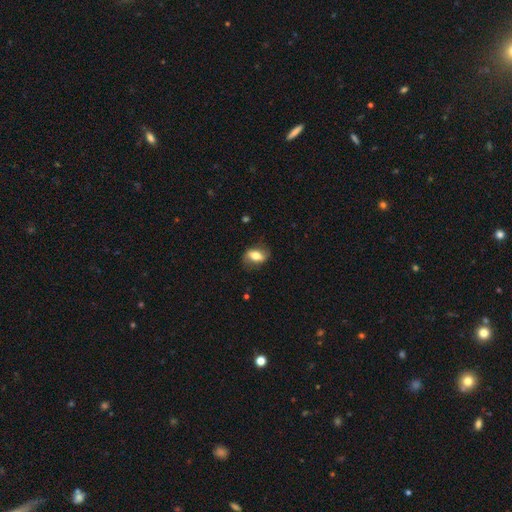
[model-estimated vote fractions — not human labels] Smooth or featured?
  - smooth: 60% *
  - featured or disk: 33%
  - star or artifact: 7%
How rounded?
  - in between: 82% *
  - round: 13%
  - cigar-shaped: 5%
Merging?
  - none: 73% *
  - minor disturbance: 18%
  - major disturbance: 7%
  - merger: 1%